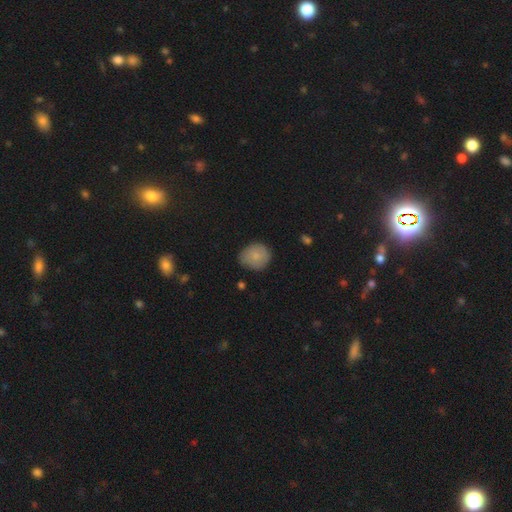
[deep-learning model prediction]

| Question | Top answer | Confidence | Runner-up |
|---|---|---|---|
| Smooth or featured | smooth | 81% | featured or disk (12%) |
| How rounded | round | 78% | in between (21%) |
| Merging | none | 67% | minor disturbance (27%) |